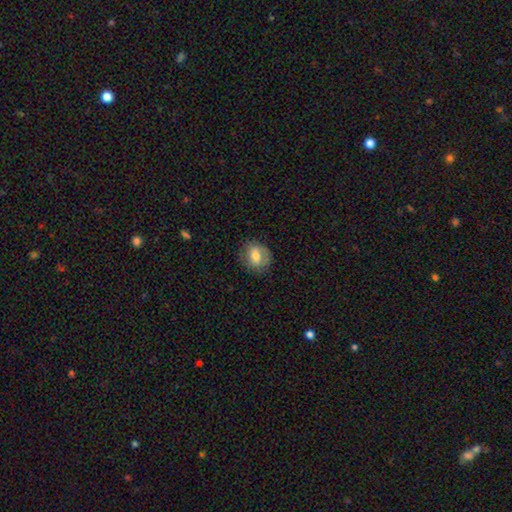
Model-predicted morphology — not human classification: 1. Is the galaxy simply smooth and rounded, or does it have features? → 59% smooth, 32% featured or disk, 8% star or artifact.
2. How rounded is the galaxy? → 63% round, 35% in between, 1% cigar-shaped.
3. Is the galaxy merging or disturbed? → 79% none, 15% minor disturbance, 5% major disturbance, 1% merger.